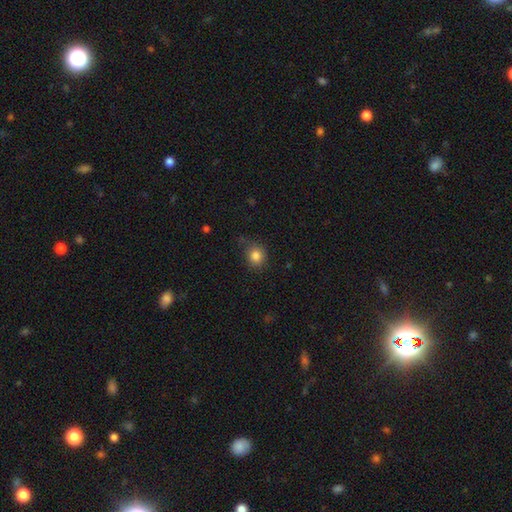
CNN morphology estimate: smooth 83%, star or artifact 11%, featured or disk 6%. Down the decision tree: how rounded — round (81%); merging — none (78%).